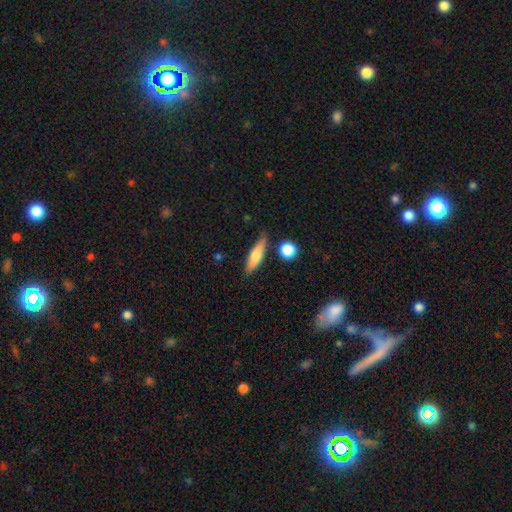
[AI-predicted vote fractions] Overall: smooth (65%; featured or disk 29%). How rounded: cigar-shaped (65%; in between 32%). Merging: none (78%).